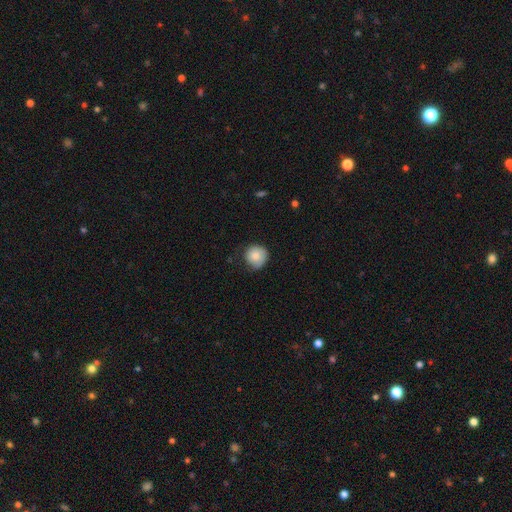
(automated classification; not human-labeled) Smooth or featured?
  - smooth: 82% *
  - featured or disk: 11%
  - star or artifact: 8%
How rounded?
  - round: 92% *
  - in between: 7%
  - cigar-shaped: 1%
Merging?
  - none: 68% *
  - minor disturbance: 25%
  - major disturbance: 5%
  - merger: 1%